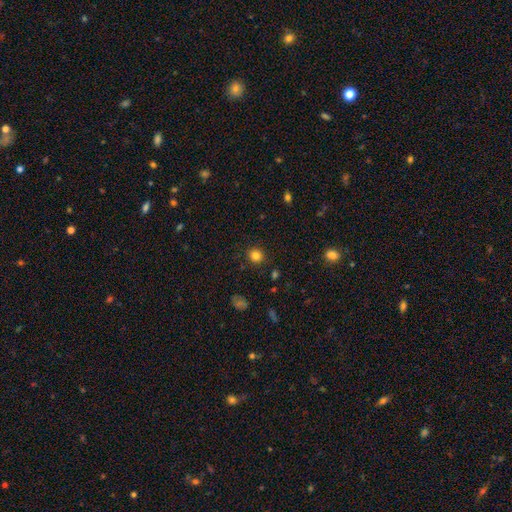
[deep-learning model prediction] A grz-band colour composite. It shows a smooth galaxy with no disk features (82%) that is round (88%). Merging: none (89%).